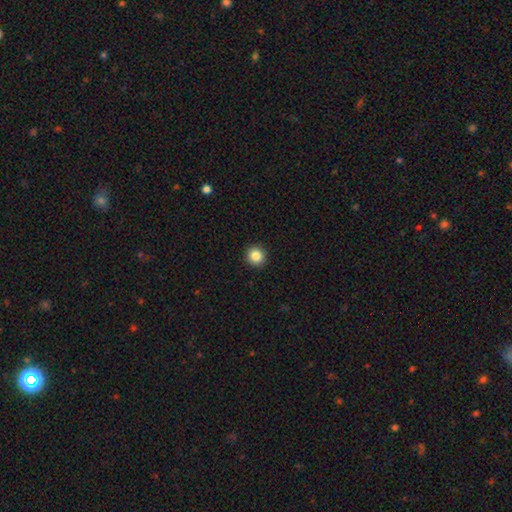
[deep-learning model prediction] smooth 85%, star or artifact 10%, featured or disk 5%. Down the decision tree: how rounded — round (93%); merging — none (93%).